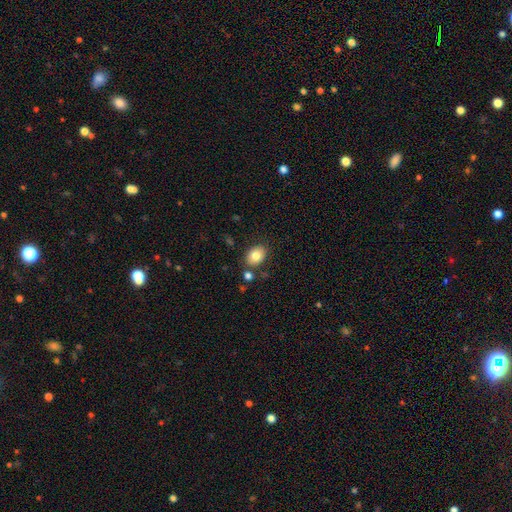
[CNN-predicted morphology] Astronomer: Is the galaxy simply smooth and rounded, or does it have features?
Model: smooth — 82%.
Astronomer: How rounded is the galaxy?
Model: in between — 74%.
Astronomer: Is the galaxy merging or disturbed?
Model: none — 80%.